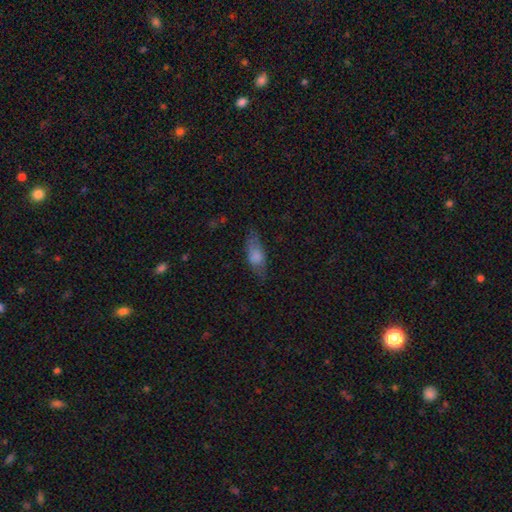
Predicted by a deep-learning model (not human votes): smooth 73%, featured or disk 19%, star or artifact 8%. Down the decision tree: how rounded — in between (71%); merging — none (66%).